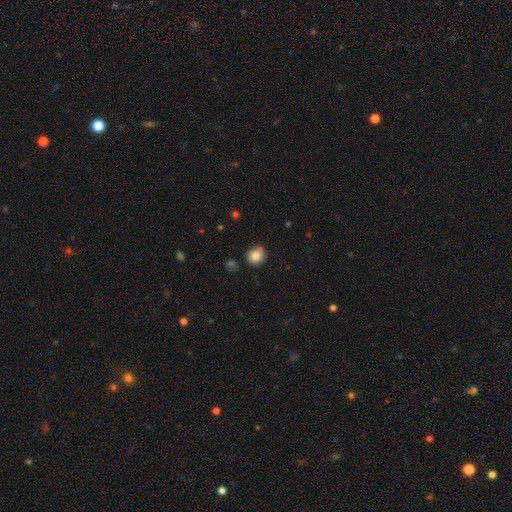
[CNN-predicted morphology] This is clearly a smooth galaxy (84%). How rounded: likely round (67%). Merging: clearly none (81%).